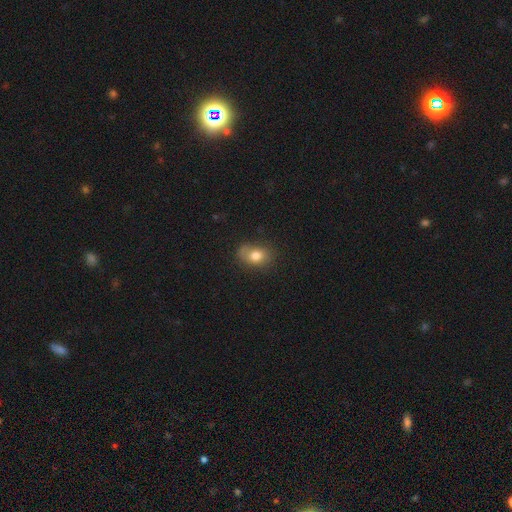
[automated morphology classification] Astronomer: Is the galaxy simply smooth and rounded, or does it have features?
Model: smooth — 77%.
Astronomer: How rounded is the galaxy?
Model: in between — 72%.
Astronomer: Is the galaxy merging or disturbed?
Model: none — 63%.